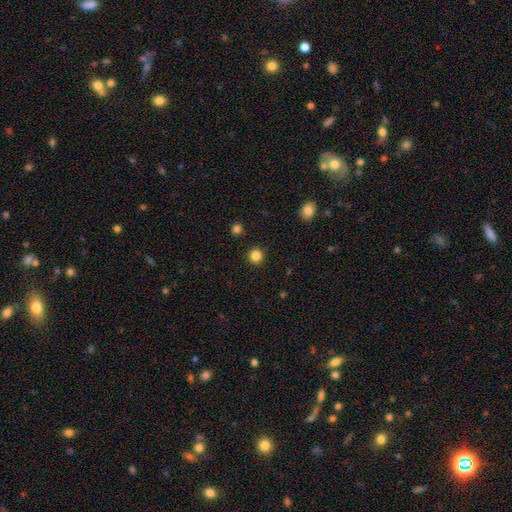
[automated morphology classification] Smooth or featured?
  - smooth: 84% *
  - star or artifact: 12%
  - featured or disk: 3%
How rounded?
  - round: 94% *
  - in between: 5%
  - cigar-shaped: 1%
Merging?
  - none: 93% *
  - minor disturbance: 4%
  - major disturbance: 2%
  - merger: 1%